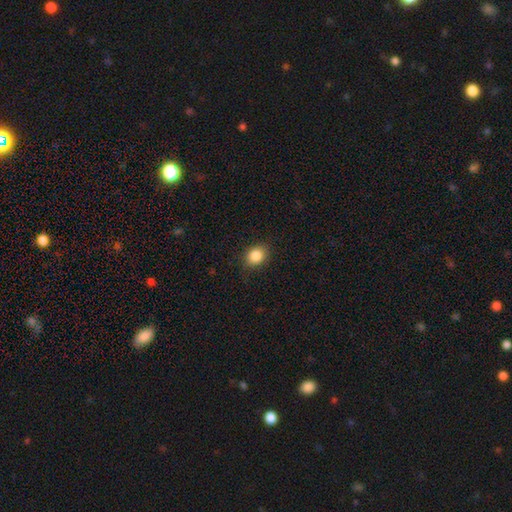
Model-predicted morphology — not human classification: The model was most divided on "how rounded": round: 57%, in between: 42%, cigar-shaped: 1%. More confident: smooth or featured — smooth (86%); merging — none (85%).